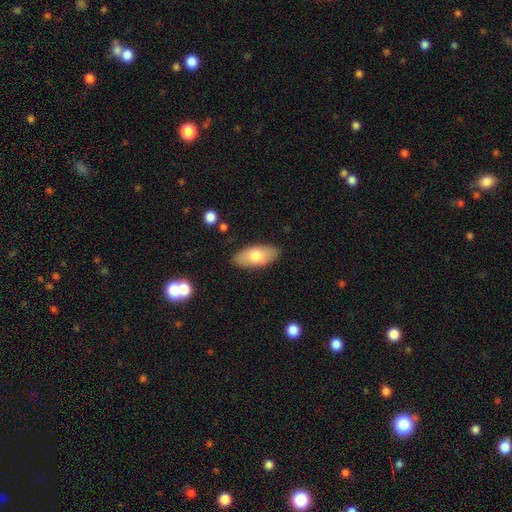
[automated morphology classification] smooth 73%, featured or disk 21%, star or artifact 6%. Down the decision tree: how rounded — in between (91%); merging — none (86%).